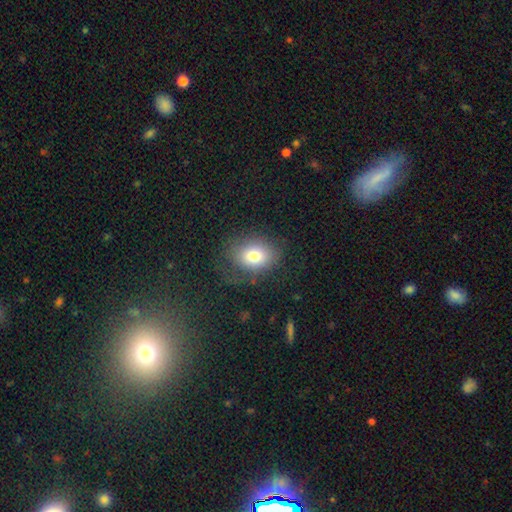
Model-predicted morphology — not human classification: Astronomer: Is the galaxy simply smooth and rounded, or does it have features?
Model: smooth — 65%.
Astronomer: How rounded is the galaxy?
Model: in between — 63%.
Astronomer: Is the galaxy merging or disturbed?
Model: none — 86%.